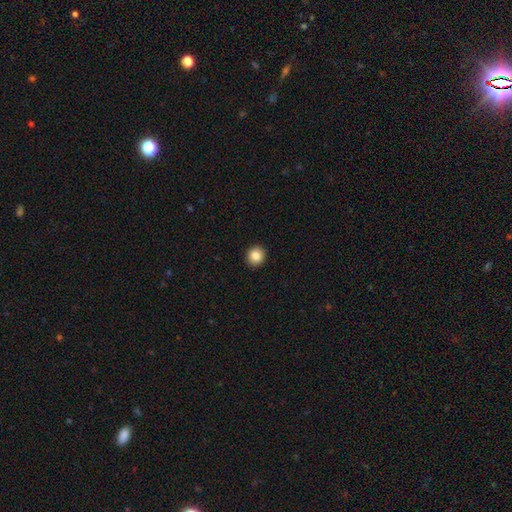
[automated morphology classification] Smooth or featured?
  - smooth: 85% *
  - star or artifact: 9%
  - featured or disk: 6%
How rounded?
  - round: 85% *
  - in between: 14%
  - cigar-shaped: 1%
Merging?
  - none: 93% *
  - minor disturbance: 5%
  - major disturbance: 1%
  - merger: 1%